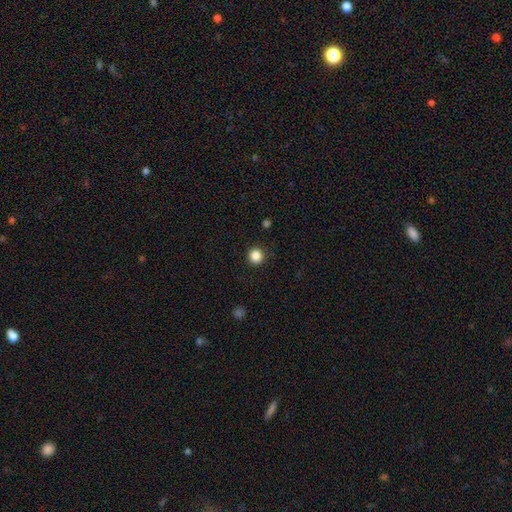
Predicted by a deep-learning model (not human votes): smooth_or_featured: smooth (p=0.86) [alt: star or artifact p=0.11]
how_rounded: round (p=0.94) [alt: in between p=0.05]
merging: none (p=0.92) [alt: minor disturbance p=0.05]